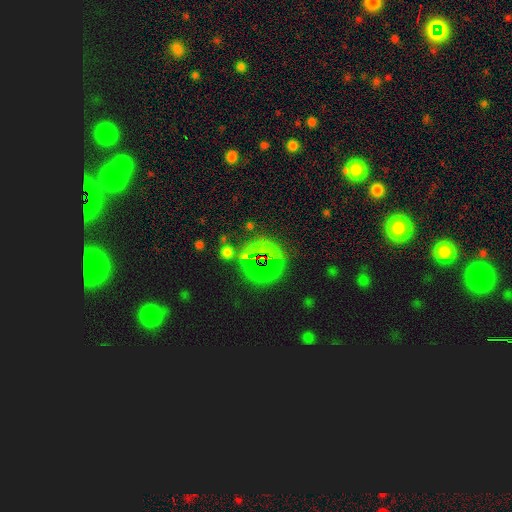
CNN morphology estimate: A star or artifact, not a galaxy (69%).